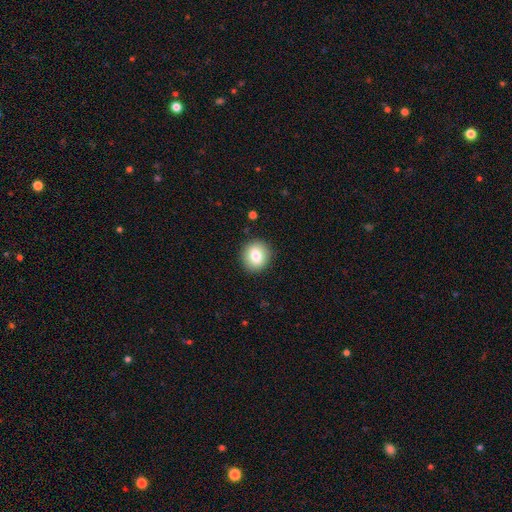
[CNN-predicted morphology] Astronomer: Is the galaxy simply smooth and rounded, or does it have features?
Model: smooth — 79%.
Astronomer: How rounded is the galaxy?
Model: round — 83%.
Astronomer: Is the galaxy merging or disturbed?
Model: none — 90%.